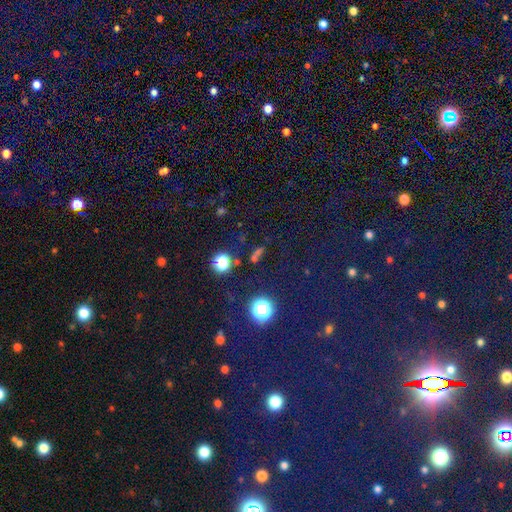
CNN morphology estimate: Smooth or featured?
  - star or artifact: 51% *
  - smooth: 40%
  - featured or disk: 9%